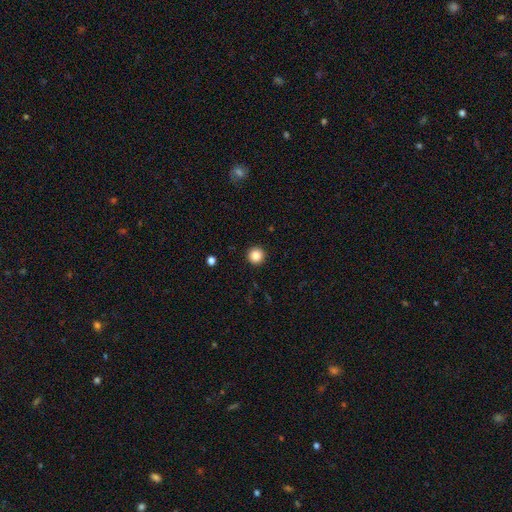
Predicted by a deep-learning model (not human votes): Morphology: type=smooth (86%); roundness=round (96%); merging=none (93%).